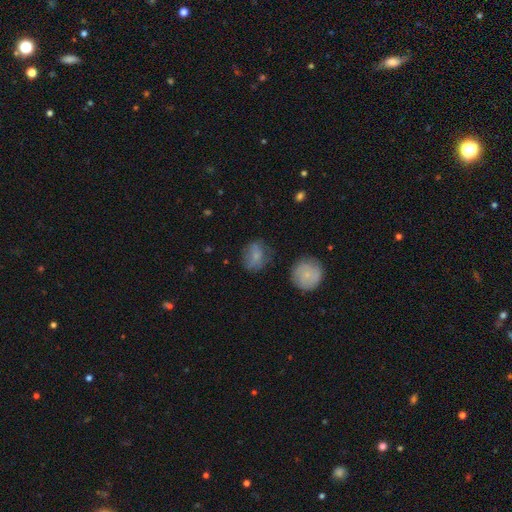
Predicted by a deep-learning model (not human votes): Smooth or featured?
  - smooth: 66% *
  - featured or disk: 23%
  - star or artifact: 11%
How rounded?
  - round: 53% *
  - in between: 45%
  - cigar-shaped: 2%
Merging?
  - none: 61% *
  - minor disturbance: 23%
  - major disturbance: 12%
  - merger: 4%